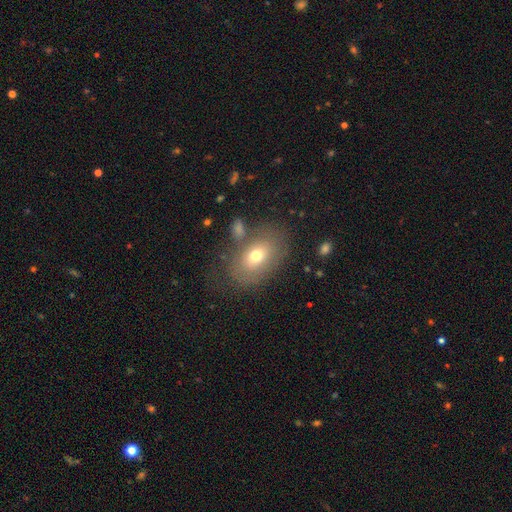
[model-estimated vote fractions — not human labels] Q: Smooth or featured?
A: smooth (66%); runner-up: featured or disk (23%)
Q: How rounded?
A: in between (81%); runner-up: round (18%)
Q: Merging?
A: none (67%); runner-up: minor disturbance (16%)